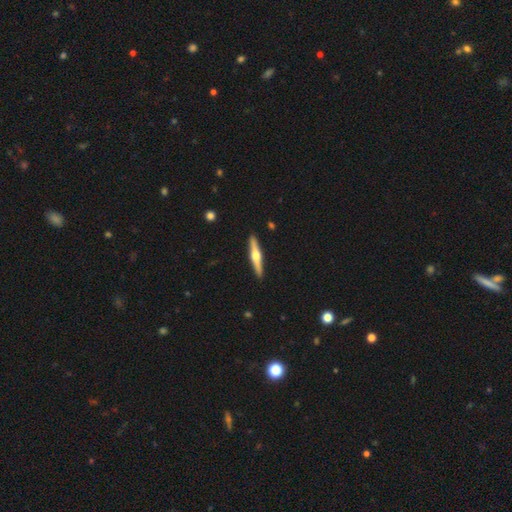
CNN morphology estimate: A featured or disk galaxy (66%) viewed edge-on (97%) with a rounded central bulge (94%). Merging: none (92%).